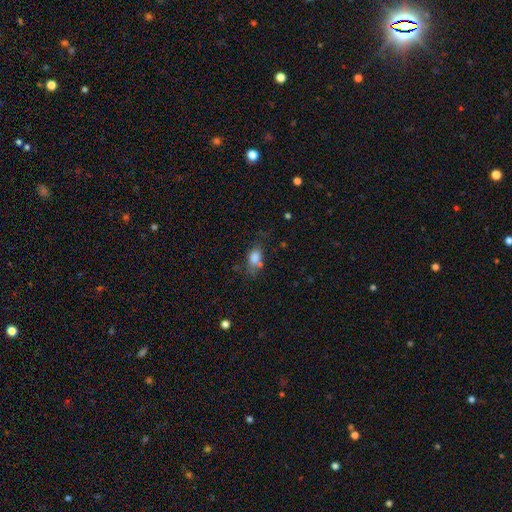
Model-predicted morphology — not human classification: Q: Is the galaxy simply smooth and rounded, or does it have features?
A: smooth — 76%.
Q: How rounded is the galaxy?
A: in between — 78%.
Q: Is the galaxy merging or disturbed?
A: none — 52%.